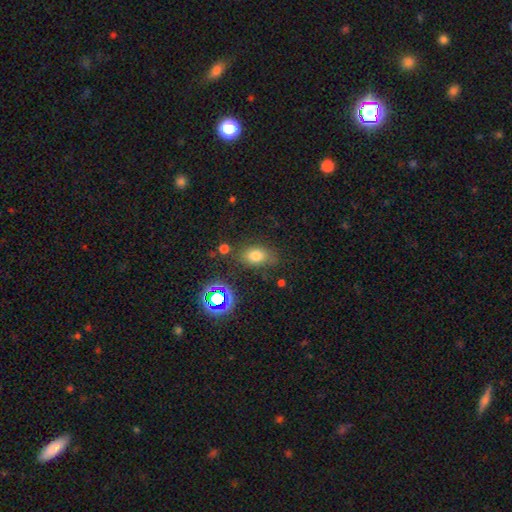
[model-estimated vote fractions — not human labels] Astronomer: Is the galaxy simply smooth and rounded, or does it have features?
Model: smooth — 72%.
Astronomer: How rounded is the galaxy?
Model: in between — 75%.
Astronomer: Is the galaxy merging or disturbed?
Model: none — 72%.